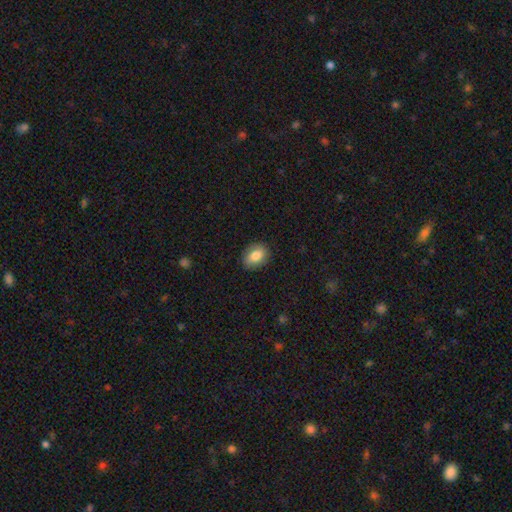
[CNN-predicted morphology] Smooth or featured: smooth — 83% (featured or disk — 10%)
How rounded: in between — 71% (round — 28%)
Merging: none — 87% (minor disturbance — 10%)